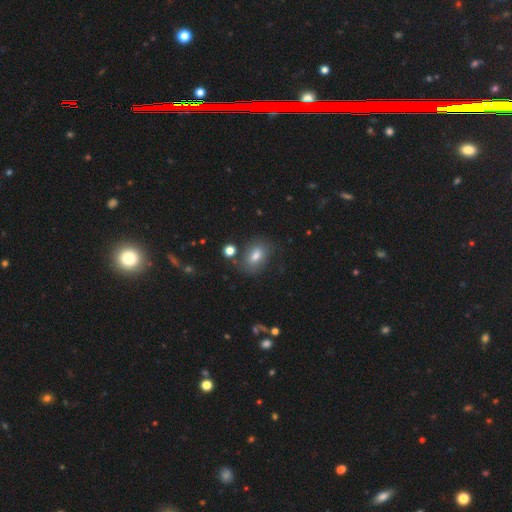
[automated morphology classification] smooth 72%, featured or disk 17%, star or artifact 11%. Down the decision tree: how rounded — in between (83%); merging — none (66%).